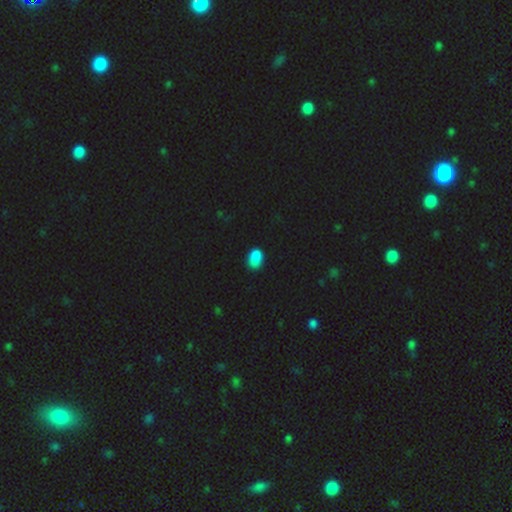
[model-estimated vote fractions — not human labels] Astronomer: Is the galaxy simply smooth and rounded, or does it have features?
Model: smooth — 81%.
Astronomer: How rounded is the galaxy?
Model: in between — 77%.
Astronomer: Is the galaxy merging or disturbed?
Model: none — 56%.